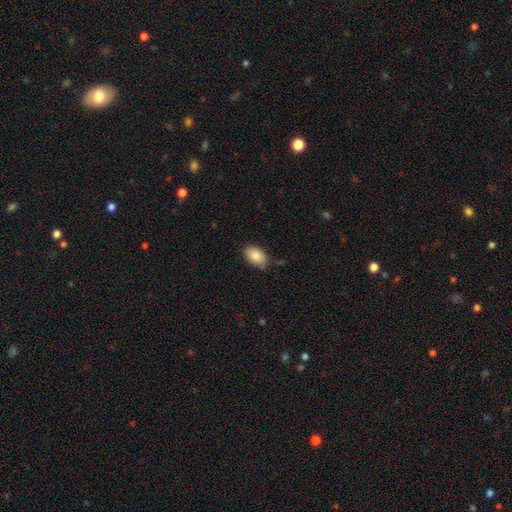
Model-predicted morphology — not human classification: smooth_or_featured: smooth (p=0.87) [alt: star or artifact p=0.07]
how_rounded: in between (p=0.91) [alt: round p=0.08]
merging: none (p=0.77) [alt: minor disturbance p=0.18]